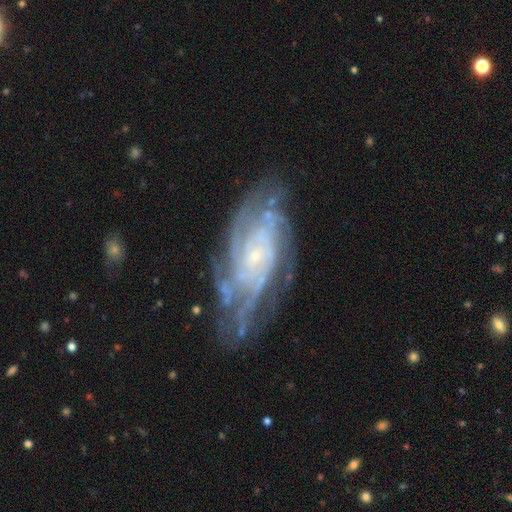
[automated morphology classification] This appears to be a featured or disk galaxy (89%) with no bar (69%), tight (68%) spiral arms (97%) and a small central bulge (81%). Merging: none (68%).